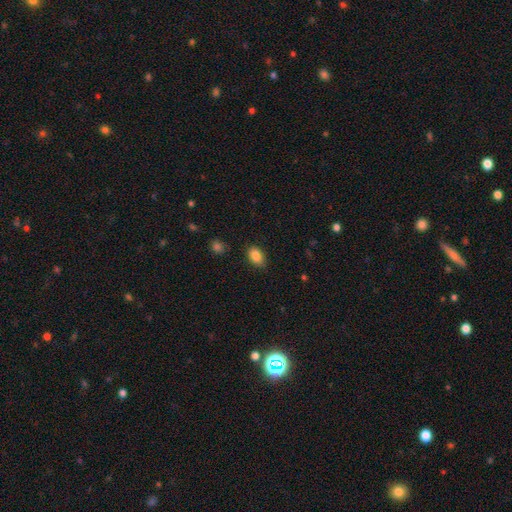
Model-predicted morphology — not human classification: This is clearly a smooth galaxy (86%). How rounded: clearly in between (83%). Merging: clearly none (83%).